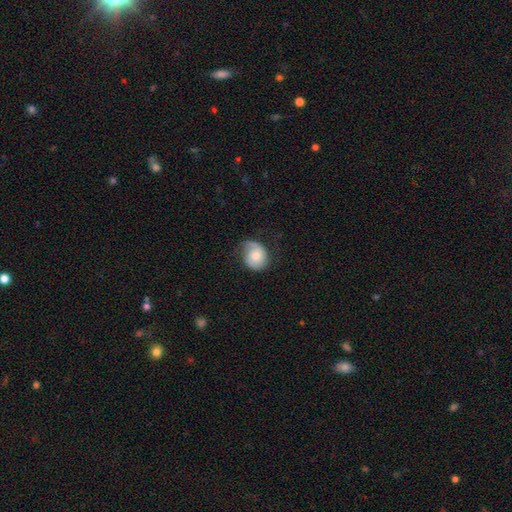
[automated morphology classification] smooth_or_featured: smooth (p=0.51) [alt: featured or disk p=0.42]
how_rounded: round (p=0.61) [alt: in between p=0.38]
merging: none (p=0.47) [alt: minor disturbance p=0.31]